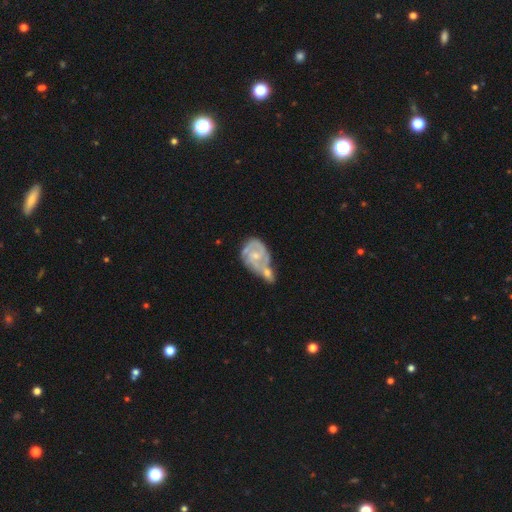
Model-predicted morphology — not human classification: A featured or disk galaxy (80%) with no bar (60%), 2 (53%) tight (53%) spiral arms (91%) and a small central bulge (57%).

Vote fractions:
- Smooth or featured? featured or disk: 80% / smooth: 15% / star or artifact: 5%
- Edge-on disk? no: 98% / yes: 2%
- Bar? no: 60% / weak: 34% / strong: 6%
- Spiral arms? yes: 91% / no: 9%
- Spiral winding? tight: 53% / medium: 37% / loose: 10%
- Spiral arm count? 2: 53% / can't tell: 19% / 3: 17% / 1: 5% / 4: 3% / more than 4: 3%
- Bulge size? small: 57% / moderate: 36% / none: 4% / large: 2% / dominant: 1%
- Merging? merger: 62% / none: 18% / minor disturbance: 12% / major disturbance: 8%